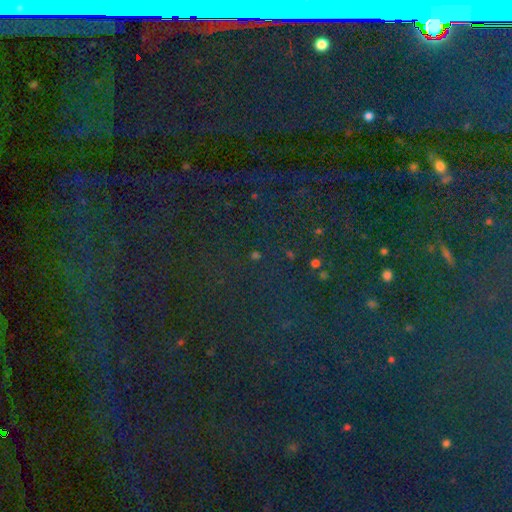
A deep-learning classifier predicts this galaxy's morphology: star or artifact 75%, smooth 17%, featured or disk 8%.